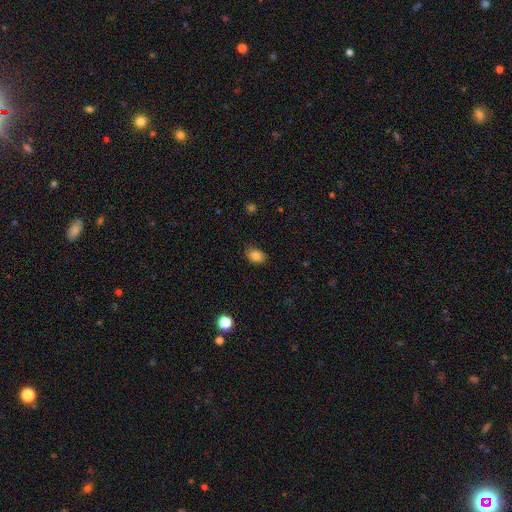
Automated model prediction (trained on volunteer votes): smooth 82%, star or artifact 10%, featured or disk 8%. Down the decision tree: how rounded — in between (68%); merging — none (75%).